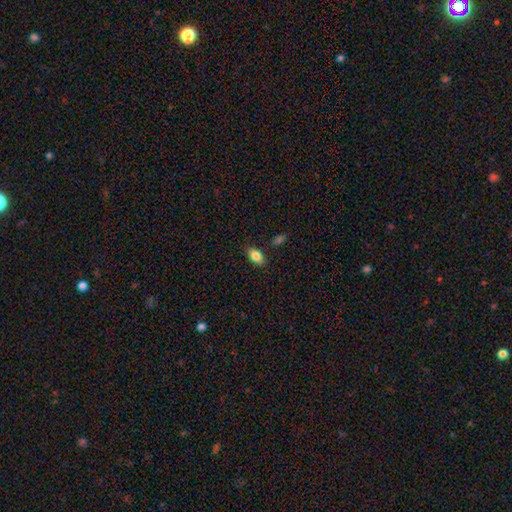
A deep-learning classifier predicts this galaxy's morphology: smooth 84%, star or artifact 8%, featured or disk 7%. Down the decision tree: how rounded — in between (88%); merging — none (83%).